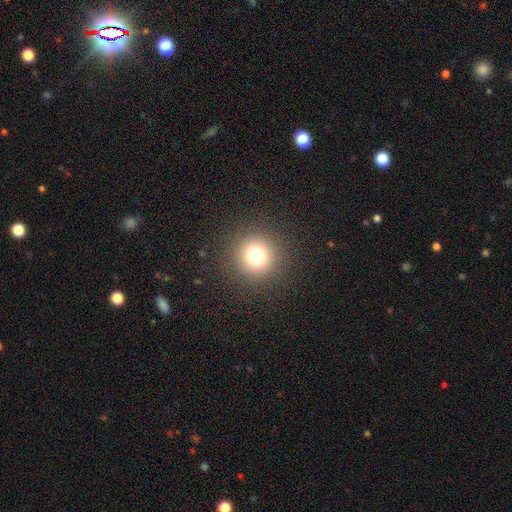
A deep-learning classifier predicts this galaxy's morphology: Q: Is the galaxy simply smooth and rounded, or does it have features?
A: smooth — 76%.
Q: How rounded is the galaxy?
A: round — 95%.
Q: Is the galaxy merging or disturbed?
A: none — 91%.